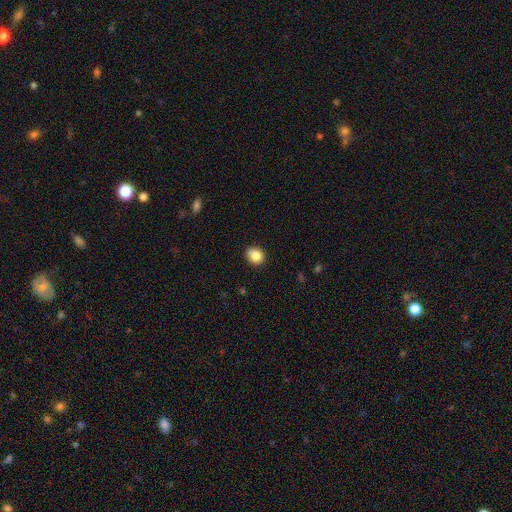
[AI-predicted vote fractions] The model was most divided on "how rounded": round: 64%, in between: 35%, cigar-shaped: 1%. More confident: smooth or featured — smooth (86%); merging — none (82%).